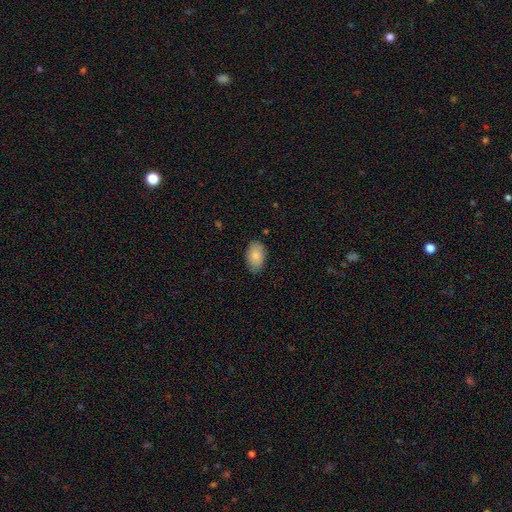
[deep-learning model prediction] A smooth galaxy with no disk features (85%) that is in between round and cigar-shaped (93%). Merging: none (82%).